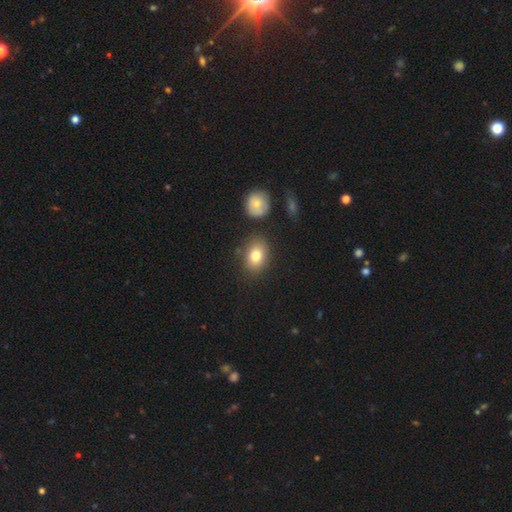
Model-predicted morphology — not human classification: The model was most divided on "how rounded": in between: 68%, round: 31%, cigar-shaped: 1%. More confident: merging — none (79%); smooth or featured — smooth (78%).